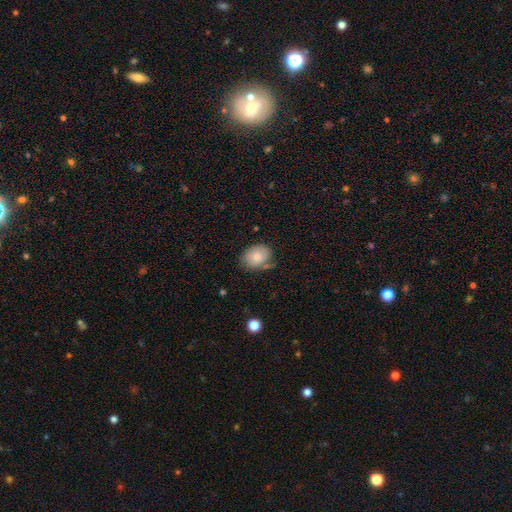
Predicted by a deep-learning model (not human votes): A smooth galaxy with no disk features (79%) that is in between round and cigar-shaped (61%).

Vote fractions:
- Smooth or featured? smooth: 79% / featured or disk: 13% / star or artifact: 8%
- How rounded? in between: 61% / round: 38% / cigar-shaped: 1%
- Merging? none: 66% / minor disturbance: 22% / major disturbance: 6% / merger: 5%